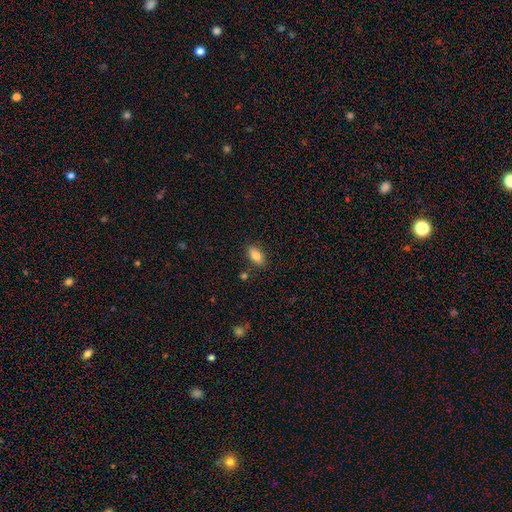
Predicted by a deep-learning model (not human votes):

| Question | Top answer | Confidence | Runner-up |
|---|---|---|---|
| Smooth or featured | smooth | 85% | star or artifact (8%) |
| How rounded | in between | 90% | cigar-shaped (6%) |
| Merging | none | 84% | minor disturbance (10%) |